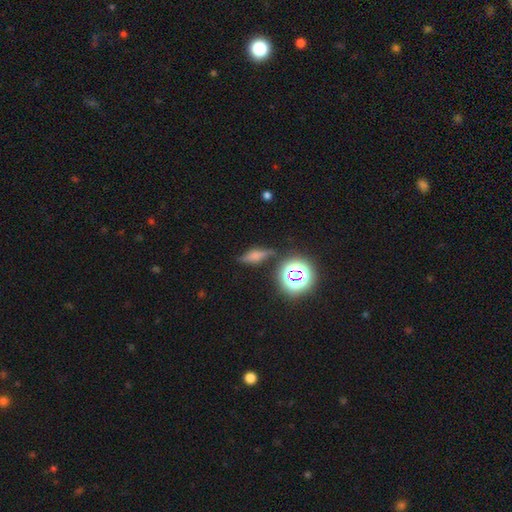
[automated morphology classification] smooth 42%, featured or disk 36%, star or artifact 21%. Down the decision tree: merging — none (70%).